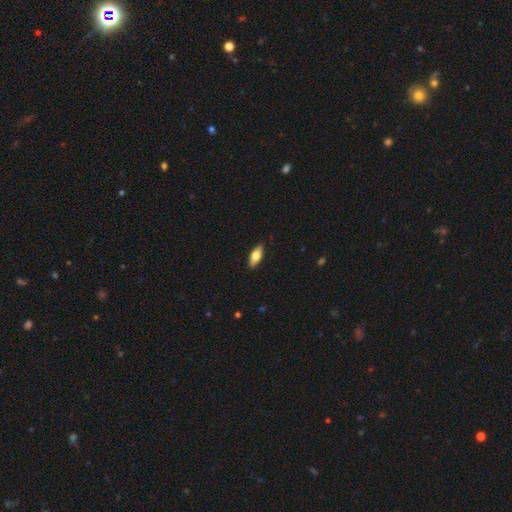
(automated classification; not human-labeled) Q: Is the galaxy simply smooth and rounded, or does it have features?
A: smooth — 65%.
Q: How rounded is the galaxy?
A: in between — 76%.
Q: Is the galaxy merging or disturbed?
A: none — 89%.